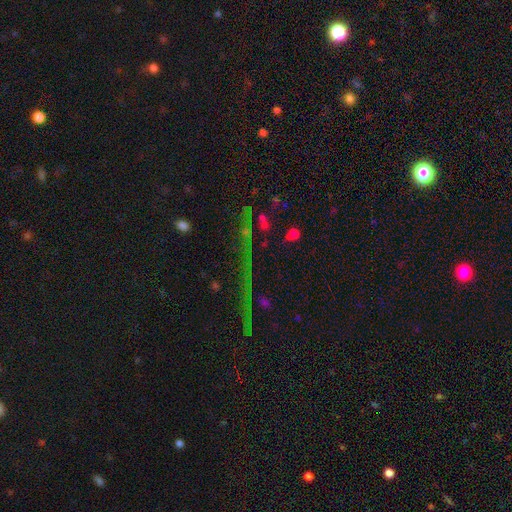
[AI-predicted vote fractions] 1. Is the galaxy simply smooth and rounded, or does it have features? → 68% star or artifact, 17% smooth, 15% featured or disk.